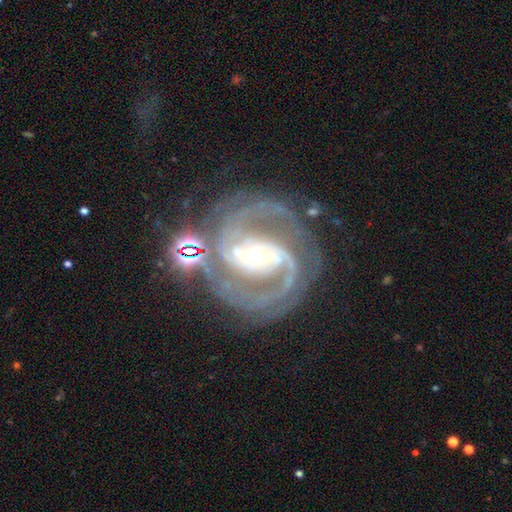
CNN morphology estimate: featured or disk 92%, star or artifact 5%, smooth 3%. Down the decision tree: edge-on disk — no (98%); bar — strong (51%); spiral arms — yes (98%); spiral arm count — 2 (74%); spiral winding — tight (49%); bulge size — moderate (53%); merging — none (69%).